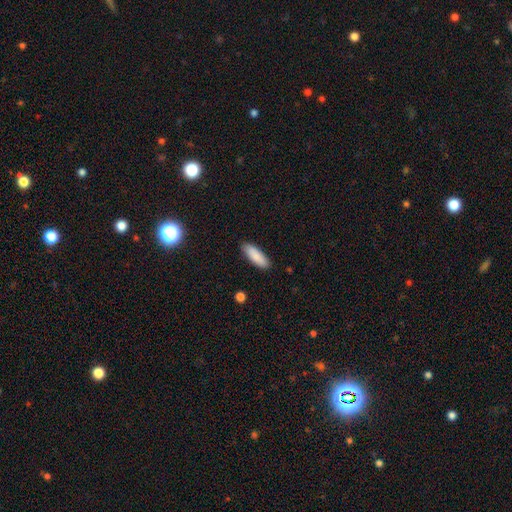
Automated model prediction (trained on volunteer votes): Q: Smooth or featured?
A: smooth (88%); runner-up: featured or disk (6%)
Q: How rounded?
A: in between (57%); runner-up: cigar-shaped (42%)
Q: Merging?
A: none (88%); runner-up: minor disturbance (9%)